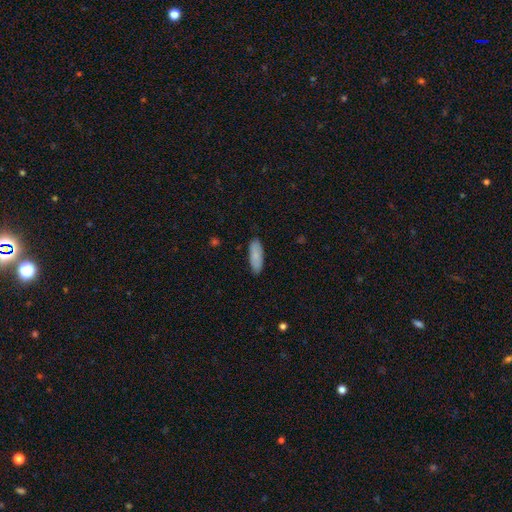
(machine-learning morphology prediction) This is clearly a smooth galaxy (82%). How rounded: likely in between (68%). Merging: clearly none (86%).